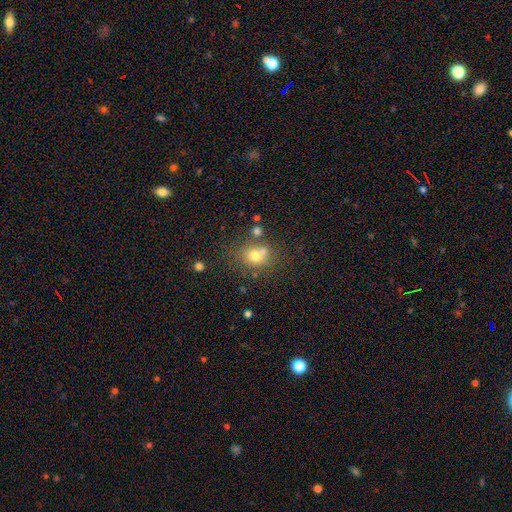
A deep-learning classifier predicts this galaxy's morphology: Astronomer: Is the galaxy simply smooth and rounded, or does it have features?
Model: smooth — 70%.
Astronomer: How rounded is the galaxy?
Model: round — 67%.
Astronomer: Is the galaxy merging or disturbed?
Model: none — 55%.